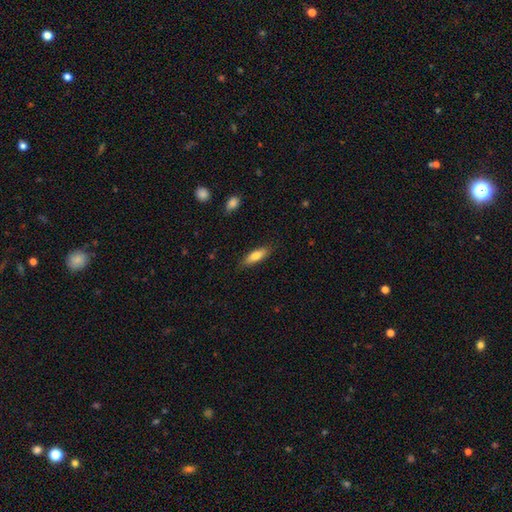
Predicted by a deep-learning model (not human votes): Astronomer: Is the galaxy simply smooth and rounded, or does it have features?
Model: smooth — 77%.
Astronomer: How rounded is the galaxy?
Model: in between — 50% (runner-up: cigar-shaped, 48%).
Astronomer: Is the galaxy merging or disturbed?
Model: none — 85%.